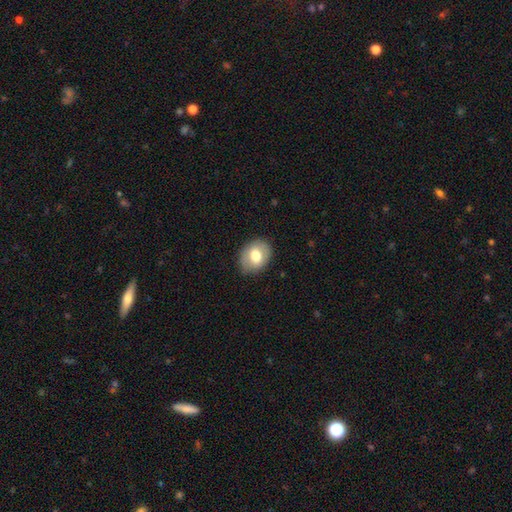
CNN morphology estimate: Smooth or featured: smooth — 72% (featured or disk — 21%)
How rounded: in between — 63% (round — 36%)
Merging: none — 82% (minor disturbance — 14%)